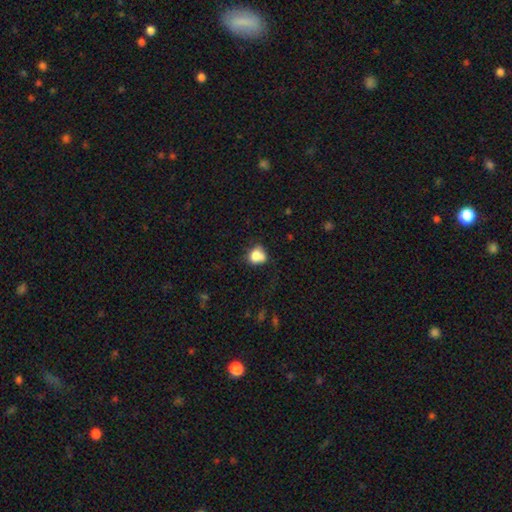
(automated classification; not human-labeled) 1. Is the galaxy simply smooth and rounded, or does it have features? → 78% smooth, 12% featured or disk, 11% star or artifact.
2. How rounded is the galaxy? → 61% round, 38% in between, 1% cigar-shaped.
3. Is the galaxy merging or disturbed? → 41% none, 28% minor disturbance, 19% merger, 12% major disturbance.